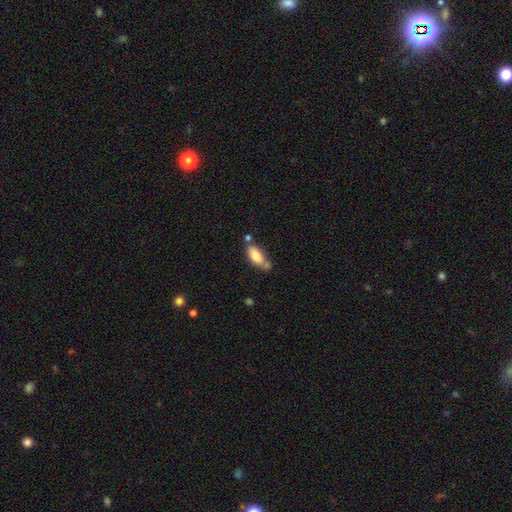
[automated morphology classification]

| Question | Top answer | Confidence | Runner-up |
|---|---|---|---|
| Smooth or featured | smooth | 80% | featured or disk (13%) |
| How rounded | in between | 86% | cigar-shaped (12%) |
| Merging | none | 53% | merger (23%) |